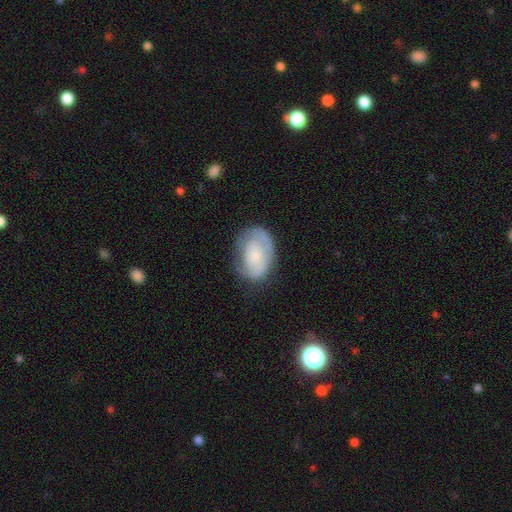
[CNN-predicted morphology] A smooth galaxy with no disk features (47%).

Vote fractions:
- Smooth or featured? smooth: 47% / featured or disk: 46% / star or artifact: 7%
- Merging? none: 61% / minor disturbance: 25% / major disturbance: 12% / merger: 2%